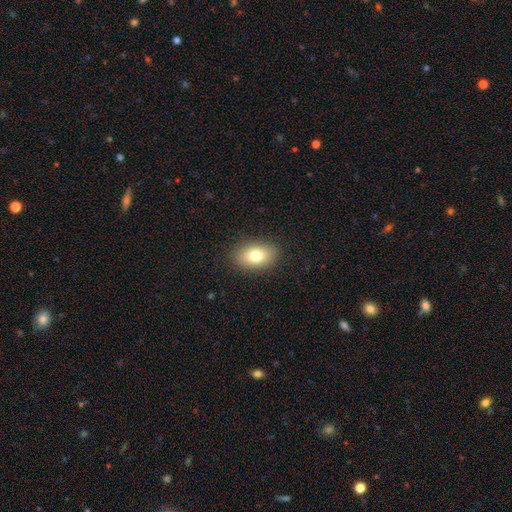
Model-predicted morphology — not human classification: Q: Smooth or featured?
A: smooth (79%); runner-up: featured or disk (12%)
Q: How rounded?
A: in between (87%); runner-up: round (11%)
Q: Merging?
A: none (88%); runner-up: minor disturbance (8%)